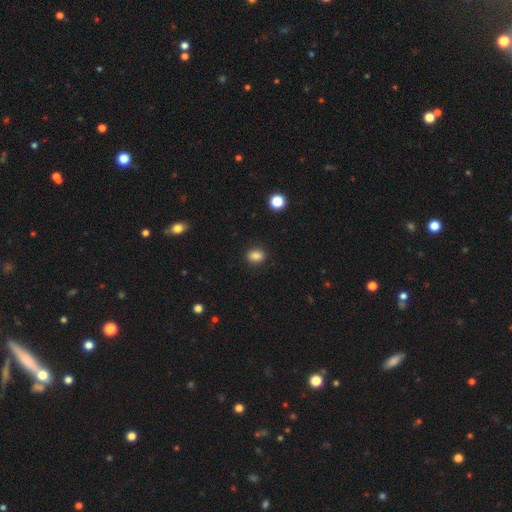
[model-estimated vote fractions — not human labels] smooth_or_featured: smooth (p=0.85) [alt: star or artifact p=0.11]
how_rounded: round (p=0.51) [alt: in between p=0.48]
merging: none (p=0.89) [alt: minor disturbance p=0.08]